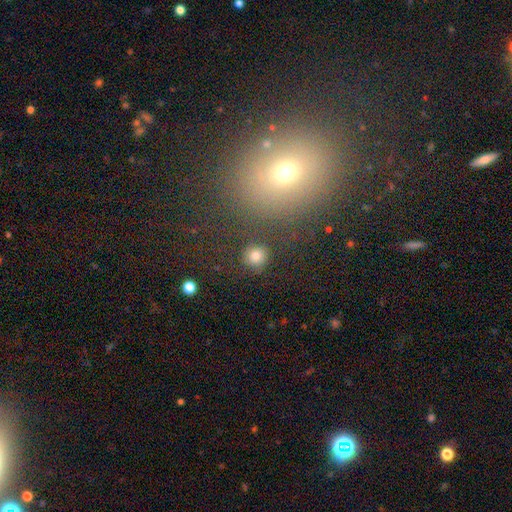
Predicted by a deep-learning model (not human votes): Smooth or featured? Predicted: smooth (p=0.79). How rounded? Predicted: round (p=0.91). Merging? Predicted: none (p=0.86).